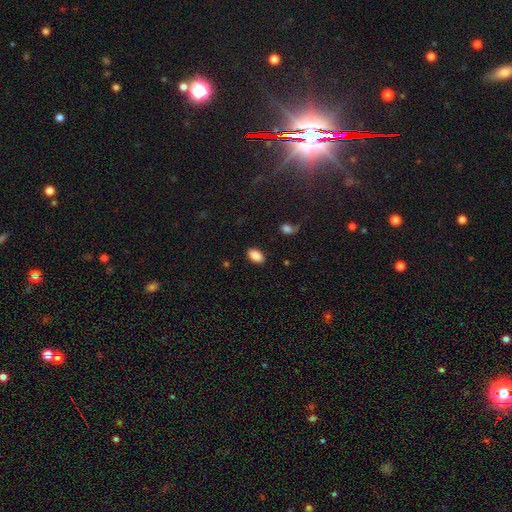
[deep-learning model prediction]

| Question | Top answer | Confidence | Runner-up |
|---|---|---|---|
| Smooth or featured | smooth | 88% | star or artifact (8%) |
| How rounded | in between | 92% | round (6%) |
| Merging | none | 87% | minor disturbance (8%) |